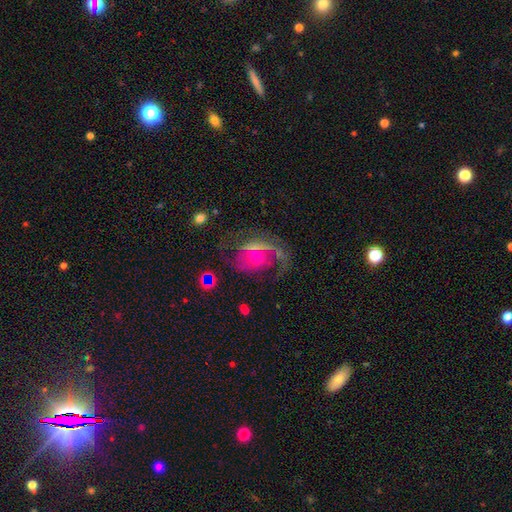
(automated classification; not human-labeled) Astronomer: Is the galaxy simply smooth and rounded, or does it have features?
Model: featured or disk — 78%.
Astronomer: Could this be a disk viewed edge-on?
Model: no — 97%.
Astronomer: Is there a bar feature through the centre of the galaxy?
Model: no — 61%.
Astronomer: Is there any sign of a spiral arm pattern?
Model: yes — 89%.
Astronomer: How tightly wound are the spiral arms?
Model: medium — 50% (runner-up: loose, 26%).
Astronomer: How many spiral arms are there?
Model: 2 — 63%.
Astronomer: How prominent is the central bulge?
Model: small — 47% (runner-up: moderate, 45%).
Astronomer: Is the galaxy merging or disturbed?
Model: none — 54%.